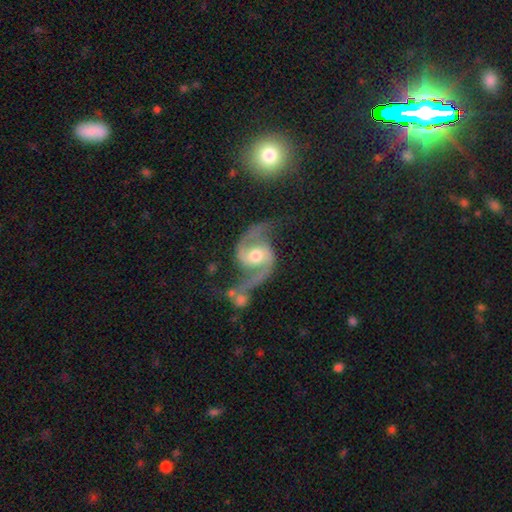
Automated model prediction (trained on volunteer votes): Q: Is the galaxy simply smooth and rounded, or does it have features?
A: featured or disk — 92%.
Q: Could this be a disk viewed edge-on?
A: no — 98%.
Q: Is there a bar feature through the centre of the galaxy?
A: no — 48%.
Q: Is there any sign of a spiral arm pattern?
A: yes — 98%.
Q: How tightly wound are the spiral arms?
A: medium — 45%, tied with loose.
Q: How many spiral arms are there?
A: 2 — 94%.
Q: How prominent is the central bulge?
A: moderate — 72%.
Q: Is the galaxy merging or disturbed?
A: none — 54%.